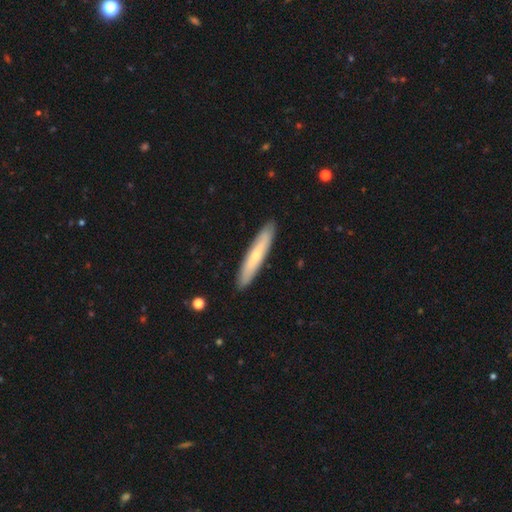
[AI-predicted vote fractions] Smooth or featured: smooth — 54% (featured or disk — 41%)
How rounded: cigar-shaped — 92% (in between — 7%)
Merging: none — 90% (minor disturbance — 7%)